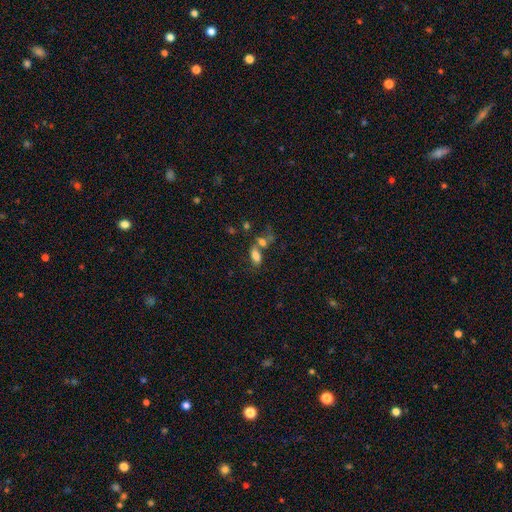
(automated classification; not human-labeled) Overall: smooth (78%). How rounded: in between (87%). Merging: none (41%; merger 36%).